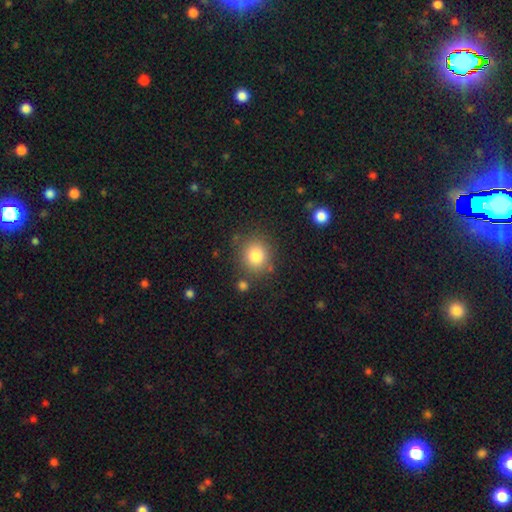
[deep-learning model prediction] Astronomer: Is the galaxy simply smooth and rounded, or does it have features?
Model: smooth — 82%.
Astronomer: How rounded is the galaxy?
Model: round — 84%.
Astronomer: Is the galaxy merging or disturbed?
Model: none — 80%.